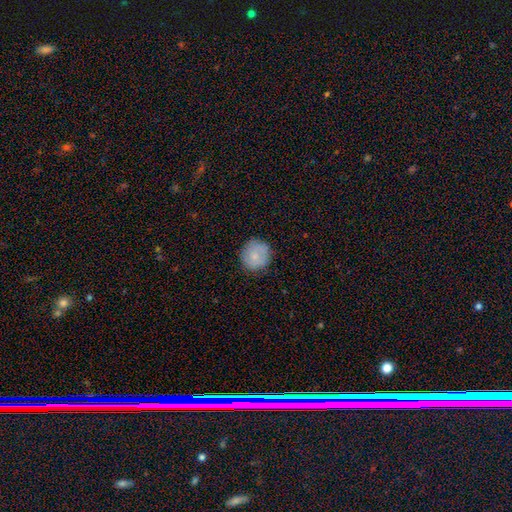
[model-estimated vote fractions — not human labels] smooth 77%, featured or disk 16%, star or artifact 7%. Down the decision tree: how rounded — round (92%); merging — none (84%).